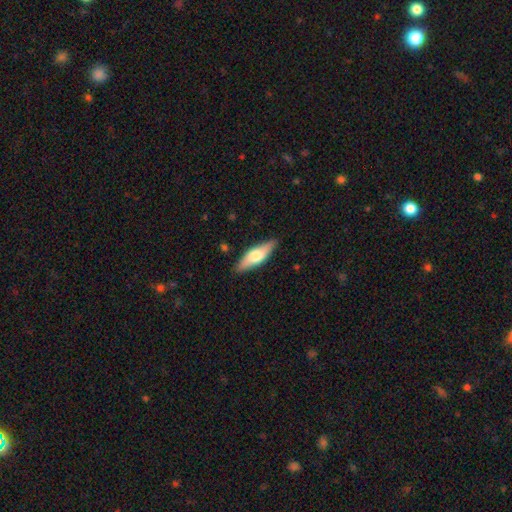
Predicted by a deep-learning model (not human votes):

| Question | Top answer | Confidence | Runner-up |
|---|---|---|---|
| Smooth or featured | smooth | 57% | featured or disk (38%) |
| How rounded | in between | 55% | cigar-shaped (43%) |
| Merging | none | 86% | minor disturbance (11%) |